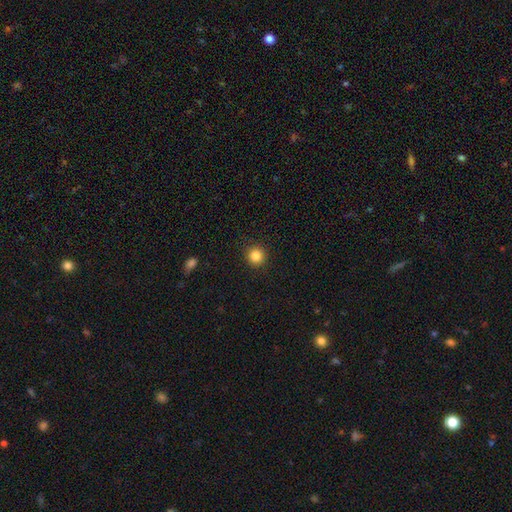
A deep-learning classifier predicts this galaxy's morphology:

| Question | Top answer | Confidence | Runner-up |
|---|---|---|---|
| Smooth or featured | smooth | 85% | star or artifact (11%) |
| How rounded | round | 94% | in between (5%) |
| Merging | none | 92% | minor disturbance (5%) |